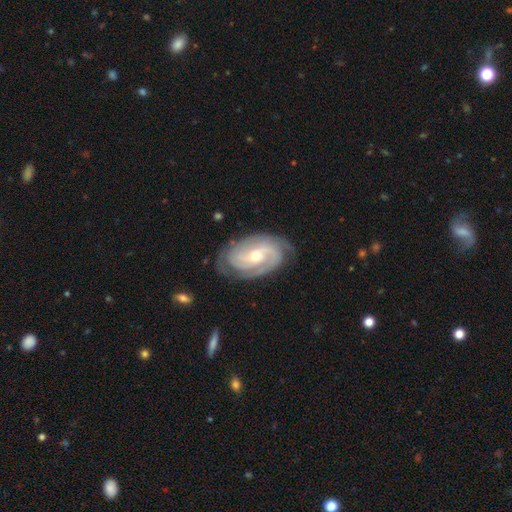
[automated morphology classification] Q: Smooth or featured?
A: featured or disk (88%); runner-up: smooth (7%)
Q: Edge-on disk?
A: no (97%); runner-up: yes (3%)
Q: Bar?
A: weak (43%); tied with: no (43%)
Q: Spiral arms?
A: yes (97%); runner-up: no (3%)
Q: Spiral winding?
A: tight (63%); runner-up: medium (30%)
Q: Spiral arm count?
A: 2 (40%); runner-up: 3 (29%)
Q: Bulge size?
A: moderate (61%); runner-up: small (34%)
Q: Merging?
A: none (77%); runner-up: minor disturbance (17%)